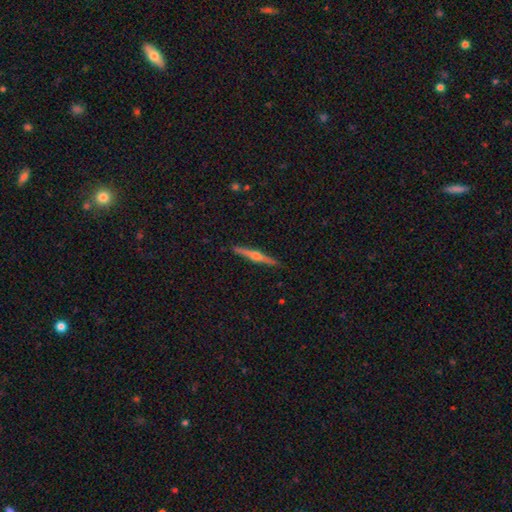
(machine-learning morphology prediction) A featured or disk galaxy (75%) viewed edge-on (98%) with a rounded central bulge (92%).

Vote fractions:
- Smooth or featured? featured or disk: 75% / smooth: 20% / star or artifact: 6%
- Edge-on disk? yes: 98% / no: 2%
- Edge-on bulge? rounded: 92% / none: 4% / boxy: 3%
- Merging? none: 92% / minor disturbance: 6% / major disturbance: 1% / merger: 1%